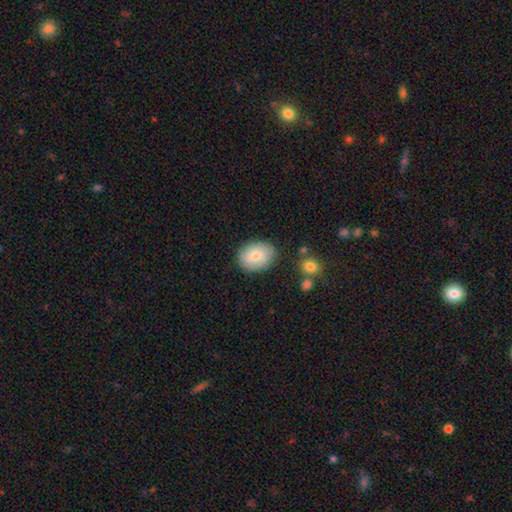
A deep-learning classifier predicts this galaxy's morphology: smooth-or-featured: smooth: 73% | featured or disk: 20% | star or artifact: 7%
  how-rounded: in between: 69% | round: 30% | cigar-shaped: 1%
  merging: none: 81% | minor disturbance: 14% | major disturbance: 3% | merger: 2%